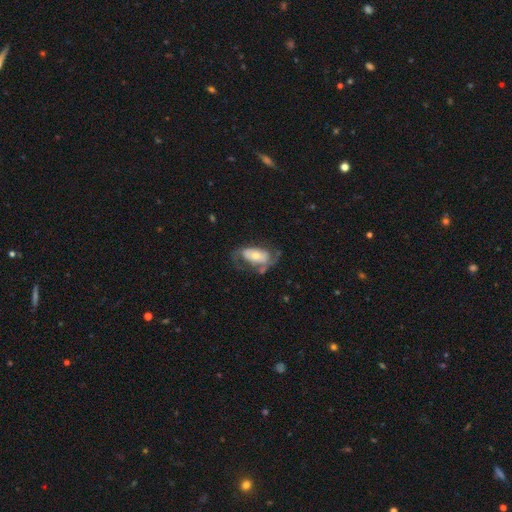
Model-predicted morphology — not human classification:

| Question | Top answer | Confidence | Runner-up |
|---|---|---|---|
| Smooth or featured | featured or disk | 57% | smooth (37%) |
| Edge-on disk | no | 92% | yes (8%) |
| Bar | no | 67% | weak (20%) |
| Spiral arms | yes | 60% | no (40%) |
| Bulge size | moderate | 50% | small (39%) |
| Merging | none | 45% | major disturbance (26%) |